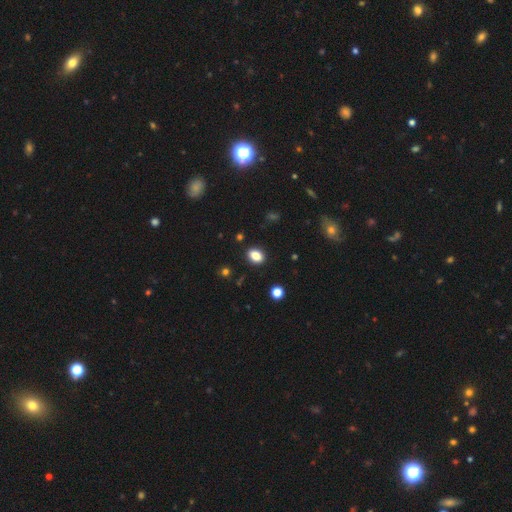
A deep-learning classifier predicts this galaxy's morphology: The model was most divided on "how rounded": in between: 69%, round: 29%, cigar-shaped: 1%. More confident: merging — none (89%); smooth or featured — smooth (84%).